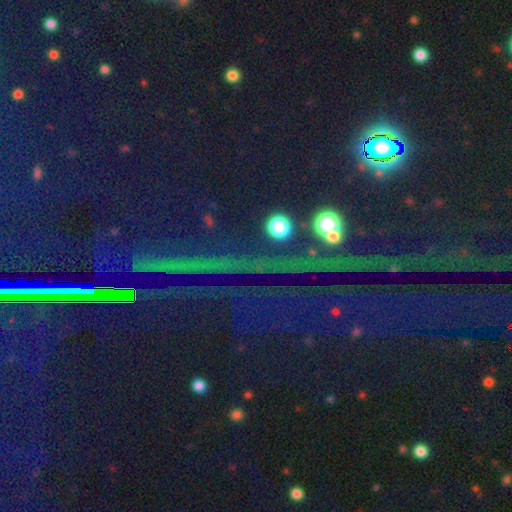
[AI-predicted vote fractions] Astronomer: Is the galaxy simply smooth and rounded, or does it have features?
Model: star or artifact — 84%.